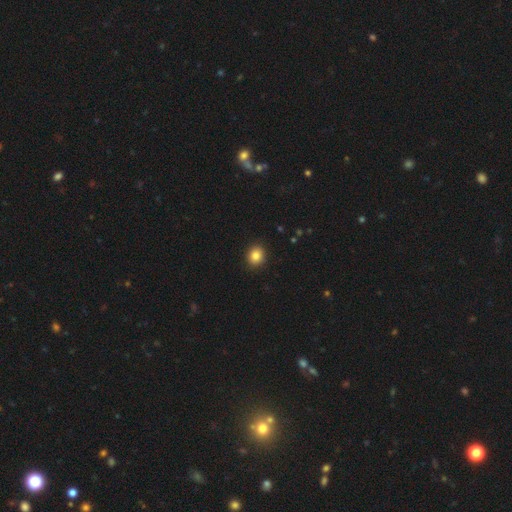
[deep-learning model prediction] The model was most divided on "how rounded": round: 73%, in between: 26%, cigar-shaped: 1%. More confident: merging — none (91%); smooth or featured — smooth (84%).